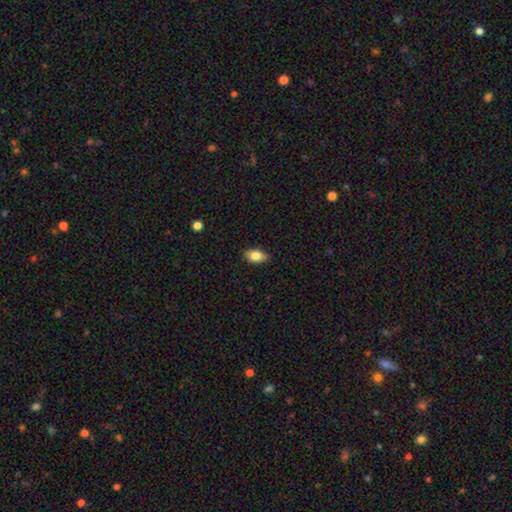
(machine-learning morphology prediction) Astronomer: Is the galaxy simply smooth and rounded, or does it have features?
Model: smooth — 83%.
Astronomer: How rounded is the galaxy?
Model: in between — 87%.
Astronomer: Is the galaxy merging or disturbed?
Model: none — 87%.